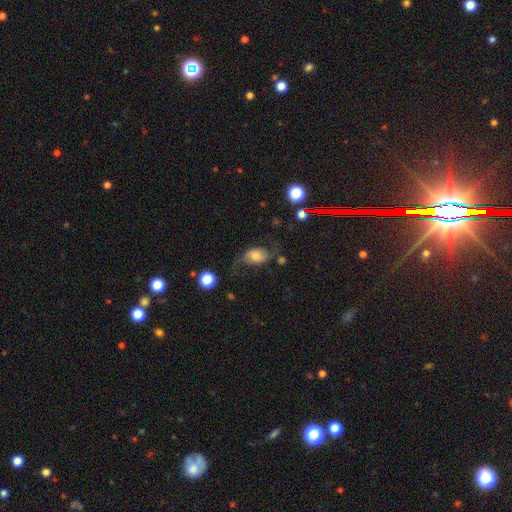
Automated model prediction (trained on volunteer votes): smooth-or-featured: smooth: 52% | featured or disk: 37% | star or artifact: 11%
  how-rounded: in between: 76% | round: 22% | cigar-shaped: 2%
  merging: none: 53% | minor disturbance: 25% | major disturbance: 19% | merger: 4%